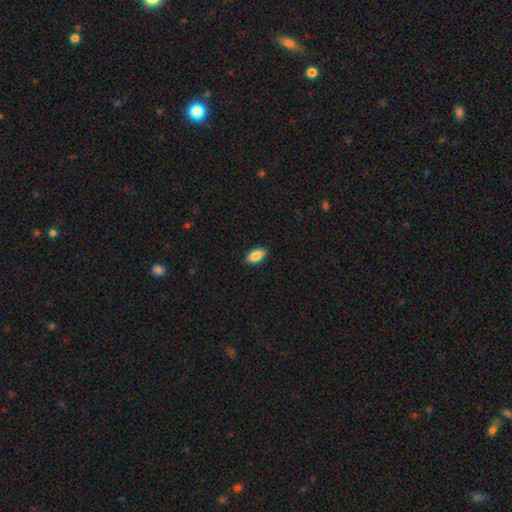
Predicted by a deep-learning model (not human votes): smooth 86%, featured or disk 7%, star or artifact 7%. Down the decision tree: how rounded — in between (91%); merging — none (89%).